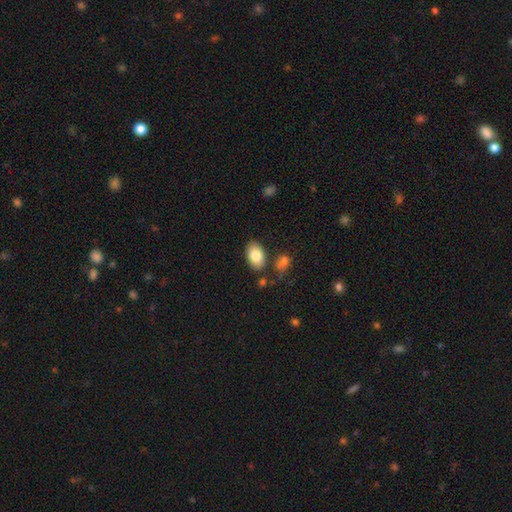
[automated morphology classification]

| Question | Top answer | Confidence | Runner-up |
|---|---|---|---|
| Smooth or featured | smooth | 84% | featured or disk (10%) |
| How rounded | in between | 92% | round (7%) |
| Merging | none | 79% | minor disturbance (13%) |